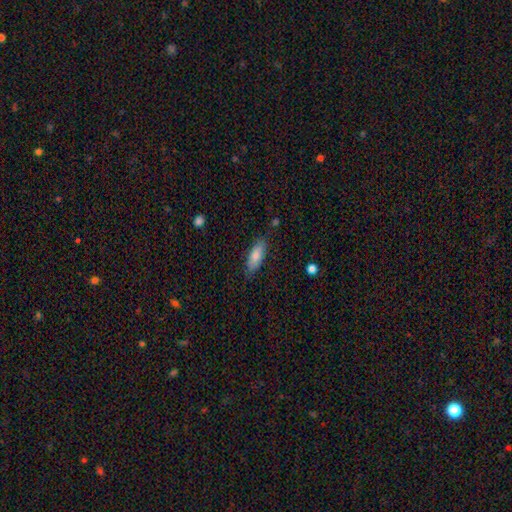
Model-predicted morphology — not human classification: A smooth galaxy with no disk features (81%) that is in between round and cigar-shaped (69%).

Vote fractions:
- Smooth or featured? smooth: 81% / featured or disk: 12% / star or artifact: 6%
- How rounded? in between: 69% / cigar-shaped: 29% / round: 2%
- Merging? none: 81% / minor disturbance: 14% / major disturbance: 3% / merger: 2%